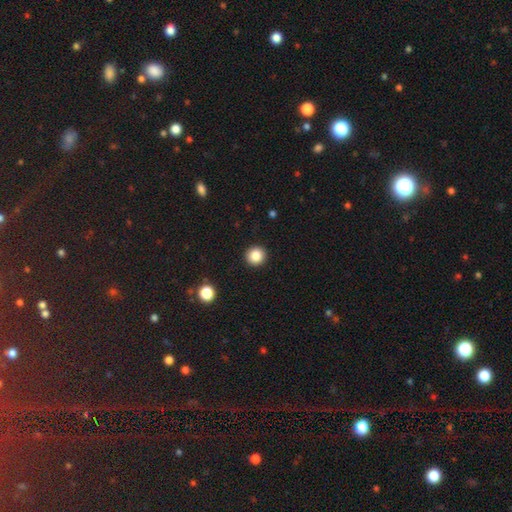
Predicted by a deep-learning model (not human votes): Smooth or featured? smooth (85%)
How rounded? round (93%)
Merging? none (93%)